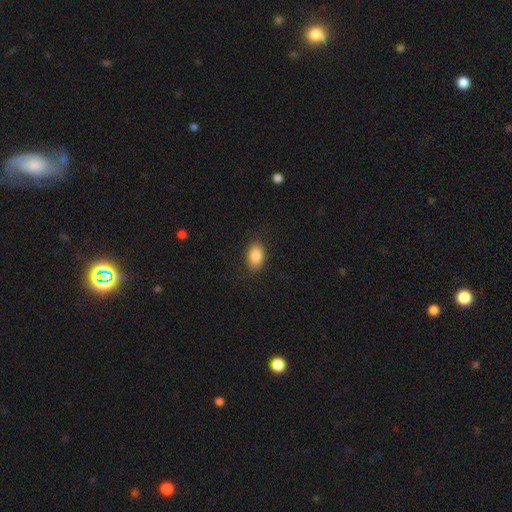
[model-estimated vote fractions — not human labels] Overall: smooth (86%). How rounded: in between (87%). Merging: none (86%).